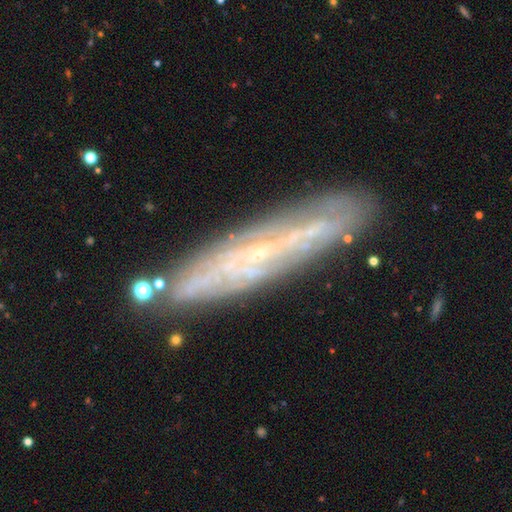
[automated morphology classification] This appears to be a featured or disk galaxy (73%) viewed edge-on (56%). Merging: none (82%).